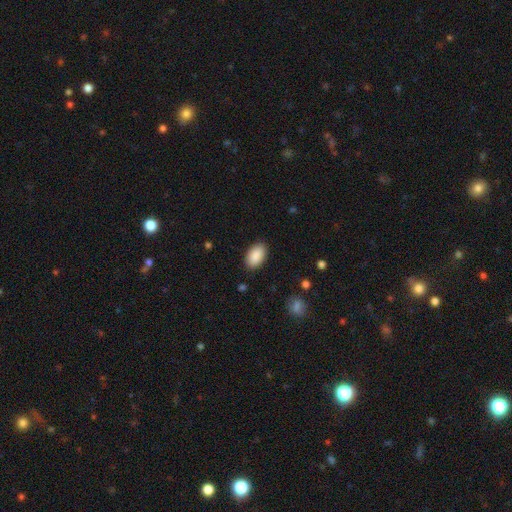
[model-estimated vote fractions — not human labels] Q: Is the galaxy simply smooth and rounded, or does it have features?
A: smooth — 90%.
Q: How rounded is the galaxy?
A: in between — 94%.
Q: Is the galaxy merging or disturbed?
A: none — 88%.